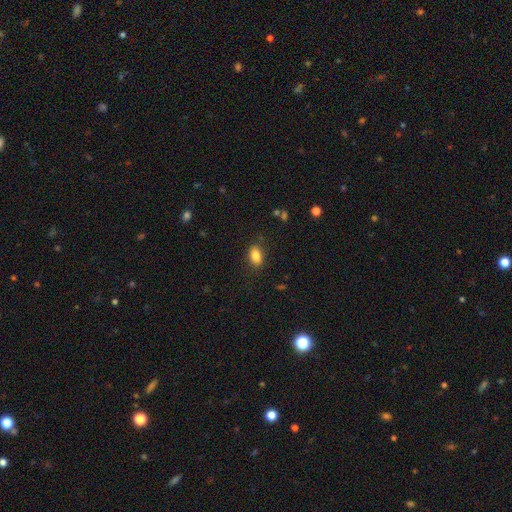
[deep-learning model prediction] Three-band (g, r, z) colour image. It shows a smooth galaxy with no disk features (86%) that is in between round and cigar-shaped (87%). Merging: none (84%).